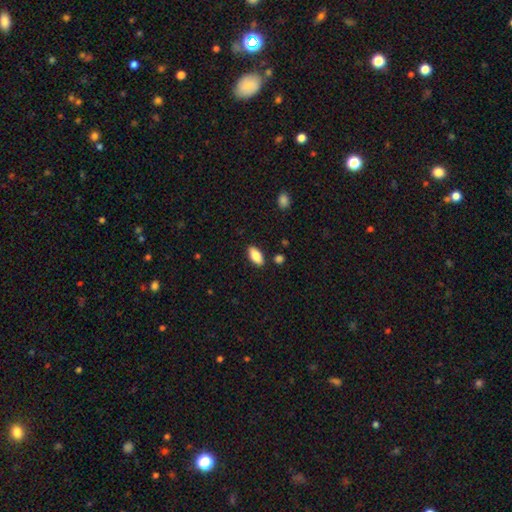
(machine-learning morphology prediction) smooth_or_featured: smooth (p=0.83) [alt: featured or disk p=0.10]
how_rounded: in between (p=0.88) [alt: cigar-shaped p=0.10]
merging: none (p=0.87) [alt: minor disturbance p=0.09]